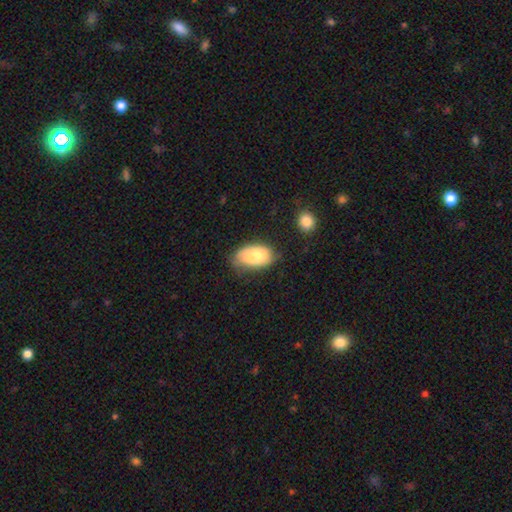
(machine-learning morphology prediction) A smooth galaxy with no disk features (76%) that is in between round and cigar-shaped (94%).

Vote fractions:
- Smooth or featured? smooth: 76% / featured or disk: 18% / star or artifact: 7%
- How rounded? in between: 94% / round: 5% / cigar-shaped: 2%
- Merging? none: 52% / minor disturbance: 35% / major disturbance: 9% / merger: 3%